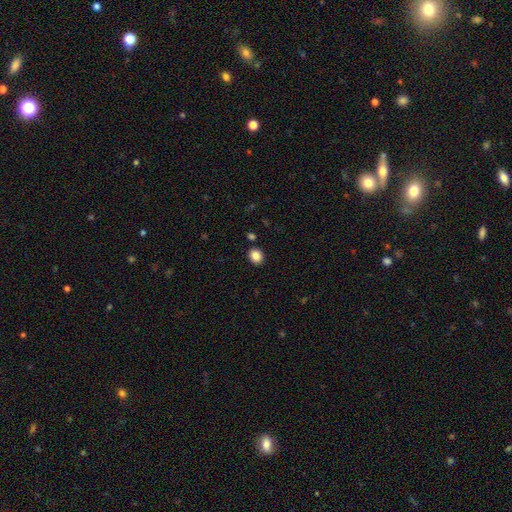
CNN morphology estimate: Overall: smooth (87%). How rounded: round (63%; in between 36%). Merging: none (89%).